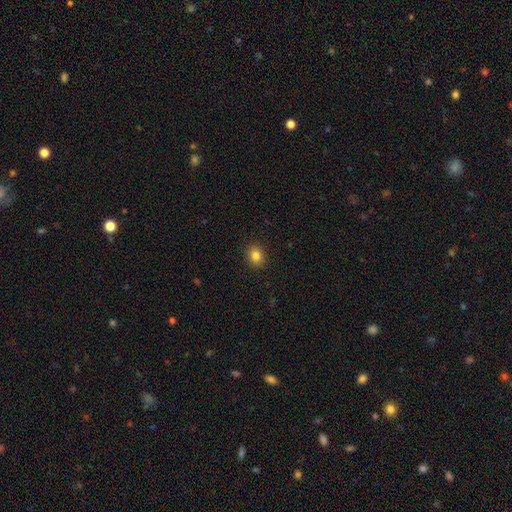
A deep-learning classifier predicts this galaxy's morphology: A smooth galaxy with no disk features (84%) that is round (61%).

Vote fractions:
- Smooth or featured? smooth: 84% / star or artifact: 11% / featured or disk: 5%
- How rounded? round: 61% / in between: 38% / cigar-shaped: 1%
- Merging? none: 91% / minor disturbance: 6% / major disturbance: 2% / merger: 1%